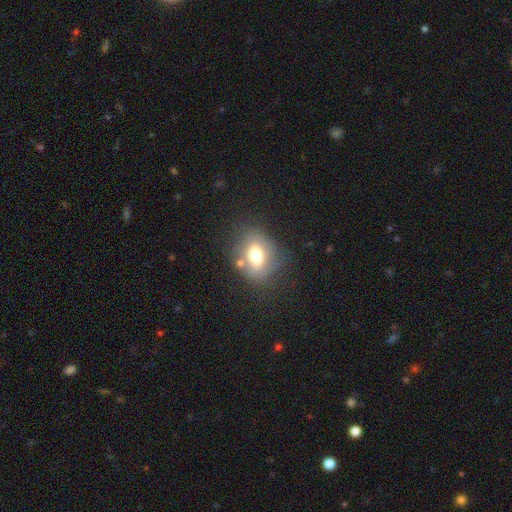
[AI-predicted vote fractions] Smooth or featured? smooth (64%)
How rounded? in between (60%)
Merging? none (66%)